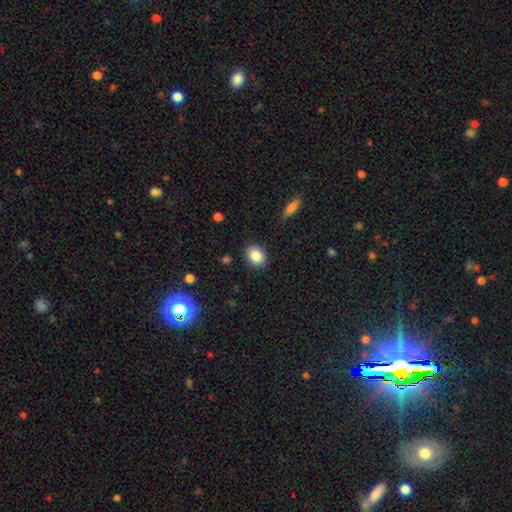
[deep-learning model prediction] smooth 85%, star or artifact 9%, featured or disk 7%. Down the decision tree: how rounded — in between (50%); merging — none (88%).